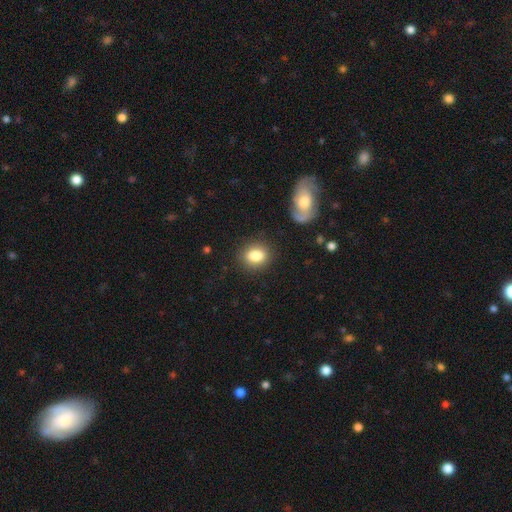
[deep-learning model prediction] Smooth or featured: smooth — 83% (featured or disk — 9%)
How rounded: in between — 50% (round — 48%)
Merging: none — 85% (minor disturbance — 10%)